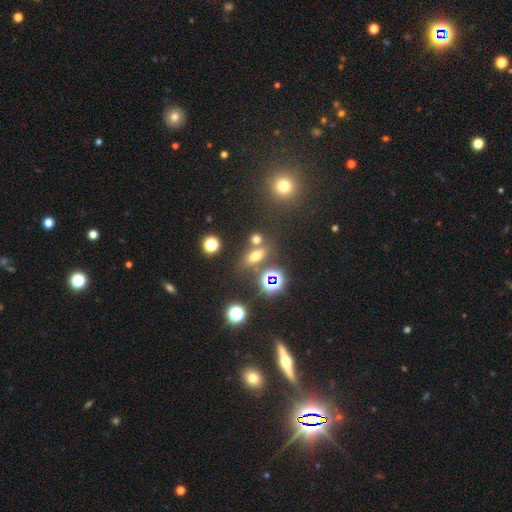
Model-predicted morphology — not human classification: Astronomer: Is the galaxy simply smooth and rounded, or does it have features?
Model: smooth — 57%.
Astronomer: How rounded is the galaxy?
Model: in between — 63%.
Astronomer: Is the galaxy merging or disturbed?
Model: none — 66%.